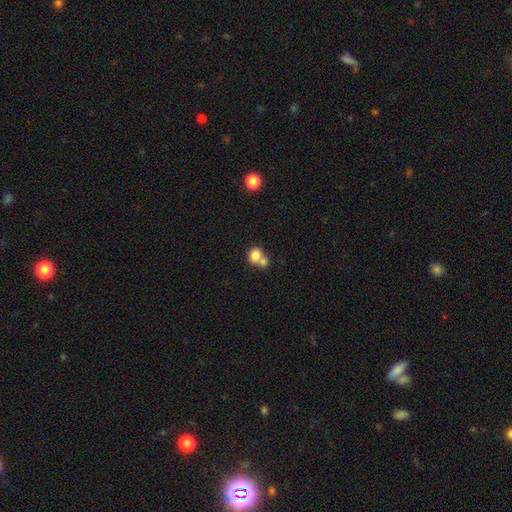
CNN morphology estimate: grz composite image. It shows a smooth galaxy with no disk features (79%) that is round (73%). Merging: merger (56%).